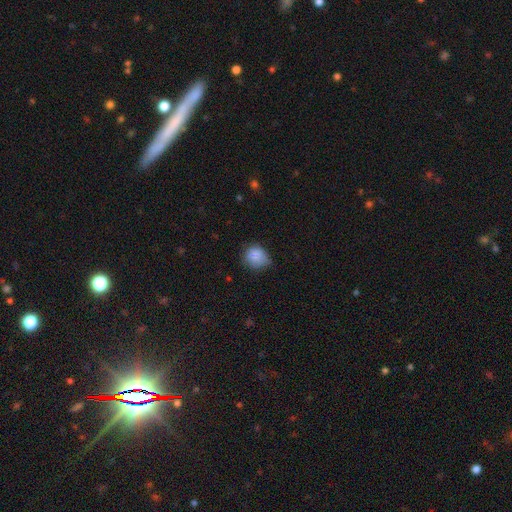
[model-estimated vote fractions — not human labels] Morphology: type=smooth (82%); roundness=round (74%); merging=none (57%).